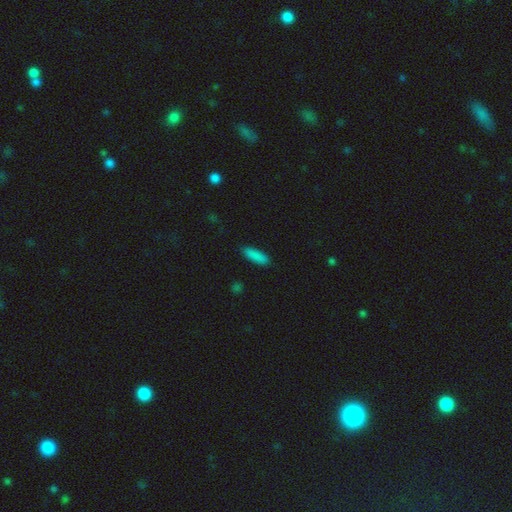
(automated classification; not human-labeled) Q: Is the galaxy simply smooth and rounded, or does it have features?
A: smooth — 88%.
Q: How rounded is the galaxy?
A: cigar-shaped — 56%.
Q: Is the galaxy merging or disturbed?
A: none — 87%.